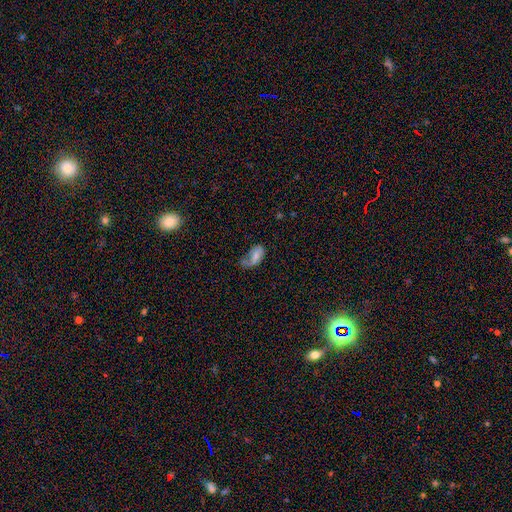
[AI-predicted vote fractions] This appears to be a smooth galaxy with no disk features (53%) that is in between round and cigar-shaped (92%). Merging: major disturbance (33%).